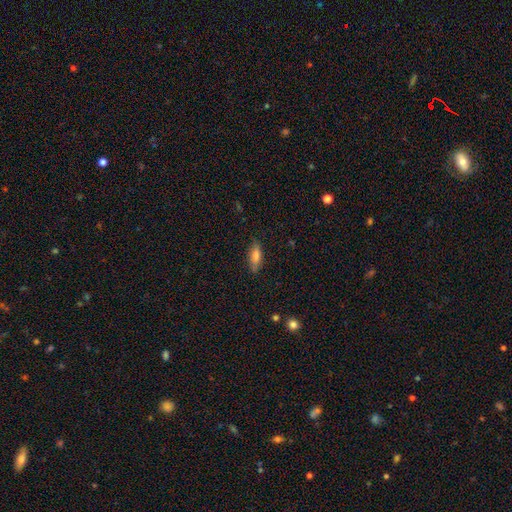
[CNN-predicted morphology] Q: Smooth or featured?
A: smooth (72%); runner-up: featured or disk (20%)
Q: How rounded?
A: in between (58%); runner-up: cigar-shaped (39%)
Q: Merging?
A: none (83%); runner-up: minor disturbance (13%)